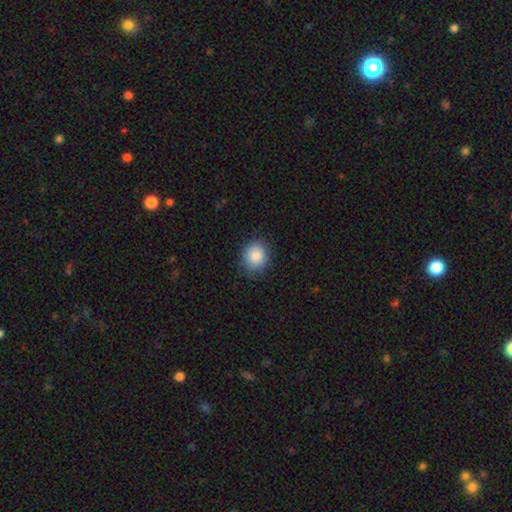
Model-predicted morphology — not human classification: Overall: smooth (89%). How rounded: round (73%). Merging: none (85%).